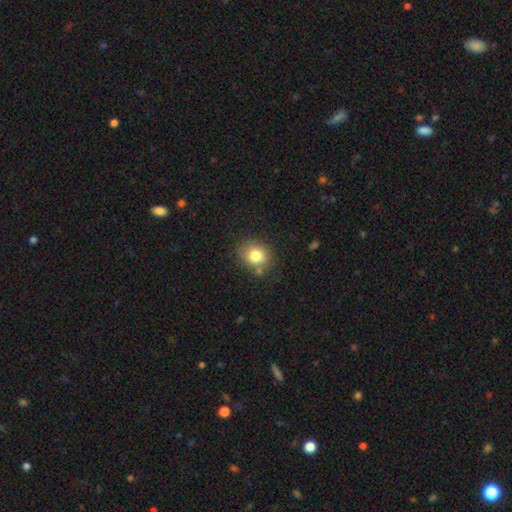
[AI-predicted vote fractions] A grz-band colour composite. It shows a smooth galaxy with no disk features (79%) that is round (66%). Merging: none (75%).